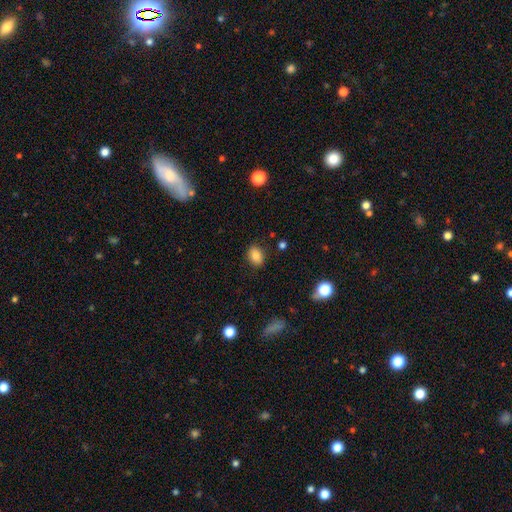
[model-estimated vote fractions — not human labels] Smooth or featured? Predicted: smooth (p=0.84). How rounded? Predicted: in between (p=0.70). Merging? Predicted: none (p=0.86).